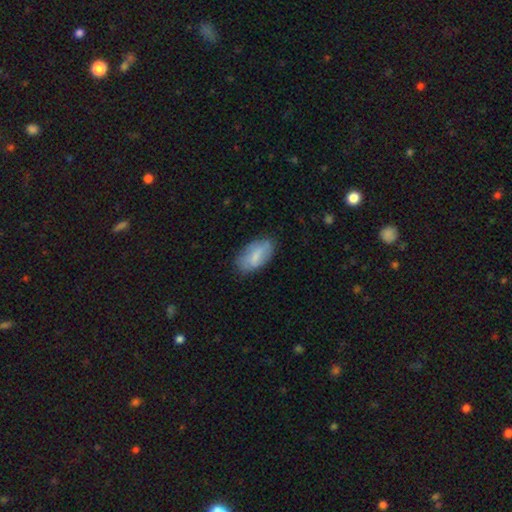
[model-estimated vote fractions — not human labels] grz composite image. It shows a smooth galaxy with no disk features (71%) that is in between round and cigar-shaped (94%). Merging: none (73%).